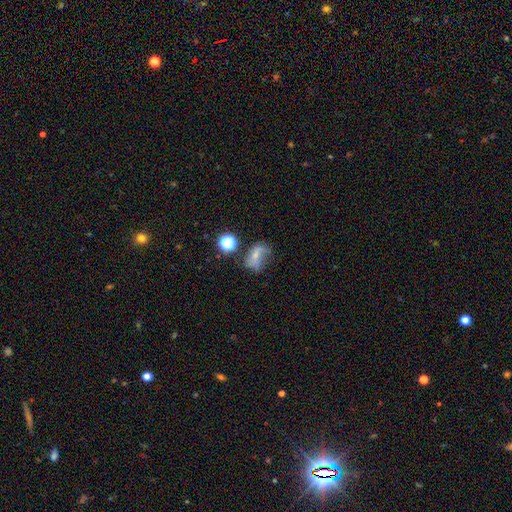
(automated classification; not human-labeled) Smooth or featured: smooth — 43% (featured or disk — 39%)
Merging: none — 35% (major disturbance — 30%)